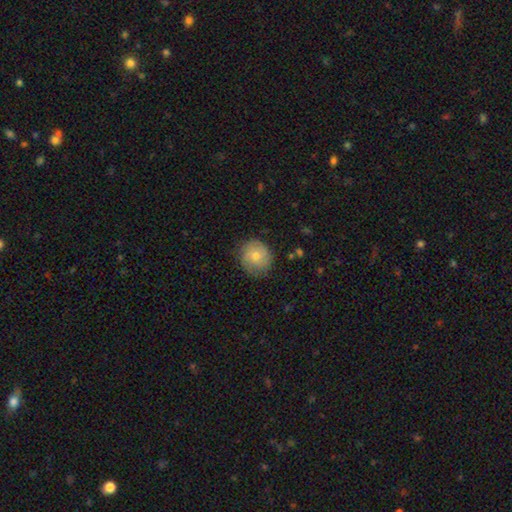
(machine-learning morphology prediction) This appears to be a smooth galaxy with no disk features (60%) that is round (87%). Merging: none (79%).